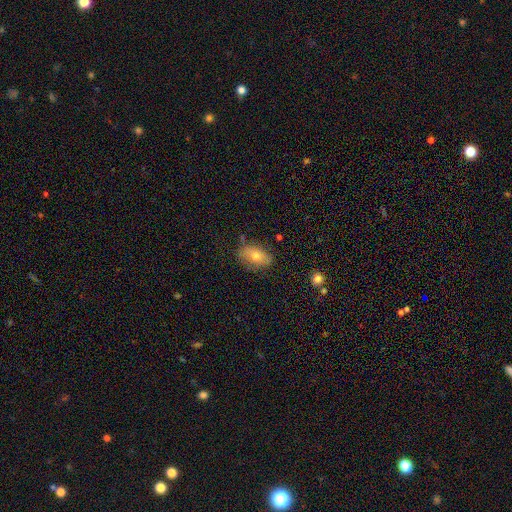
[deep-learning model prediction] smooth-or-featured: smooth: 62% | featured or disk: 28% | star or artifact: 10%
  how-rounded: in between: 87% | round: 9% | cigar-shaped: 4%
  merging: none: 78% | minor disturbance: 17% | major disturbance: 4% | merger: 2%